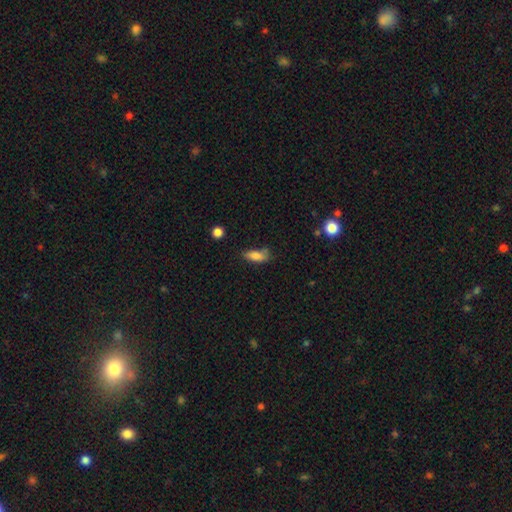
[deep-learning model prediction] smooth_or_featured: smooth (p=0.82) [alt: featured or disk p=0.09]
how_rounded: in between (p=0.74) [alt: cigar-shaped p=0.23]
merging: none (p=0.58) [alt: minor disturbance p=0.30]